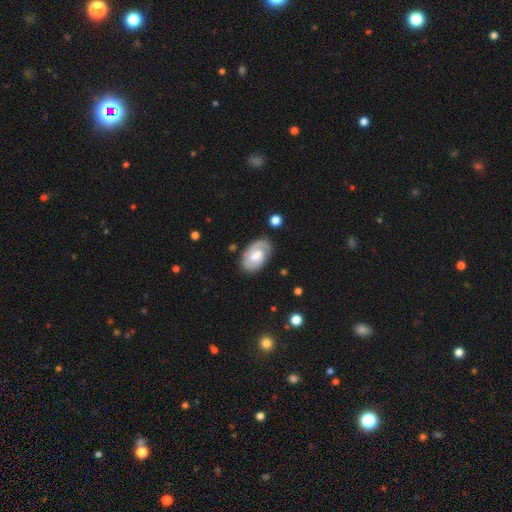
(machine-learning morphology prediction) Overall: featured or disk (59%; smooth 34%). Edge-on disk: no (95%). Bar: weak (47%; no 44%). Spiral arms: yes (83%). Bulge size: moderate (50%; small 21%). Merging: none (75%).